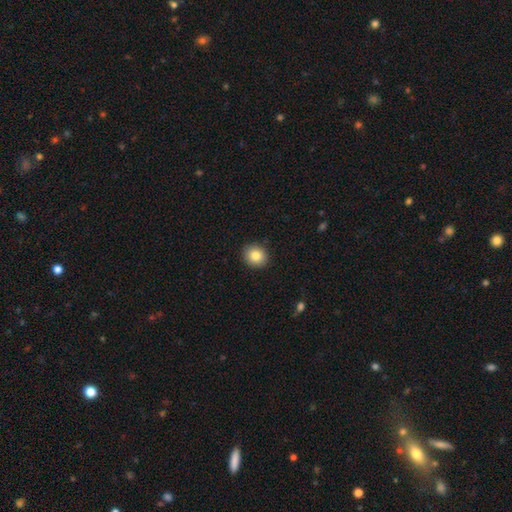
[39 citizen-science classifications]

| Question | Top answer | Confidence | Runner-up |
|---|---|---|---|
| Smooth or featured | smooth | 100% | — |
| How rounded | round | 95% | in between (5%) |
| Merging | none | 87% | minor disturbance (8%) |